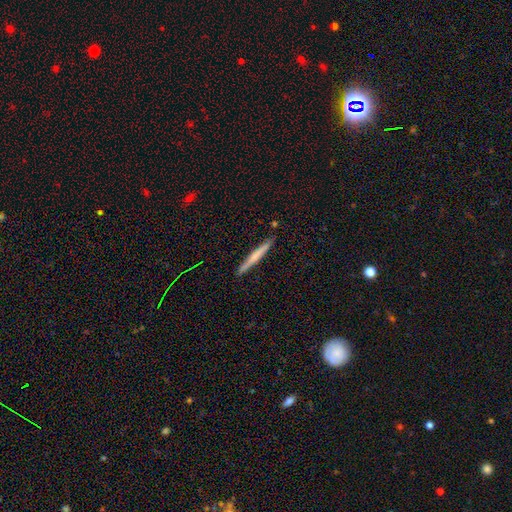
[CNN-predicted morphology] Smooth or featured?
  - smooth: 56% *
  - featured or disk: 39%
  - star or artifact: 6%
How rounded?
  - cigar-shaped: 97% *
  - in between: 2%
  - round: 1%
Merging?
  - none: 90% *
  - minor disturbance: 7%
  - major disturbance: 1%
  - merger: 1%